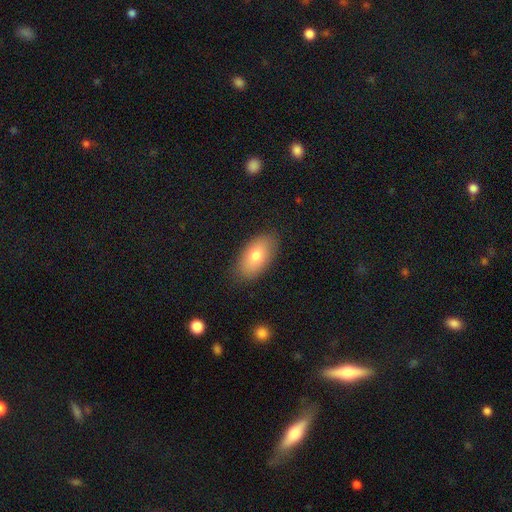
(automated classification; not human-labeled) smooth-or-featured: smooth: 75% | featured or disk: 18% | star or artifact: 7%
  how-rounded: in between: 93% | round: 4% | cigar-shaped: 3%
  merging: none: 86% | minor disturbance: 10% | major disturbance: 3% | merger: 1%